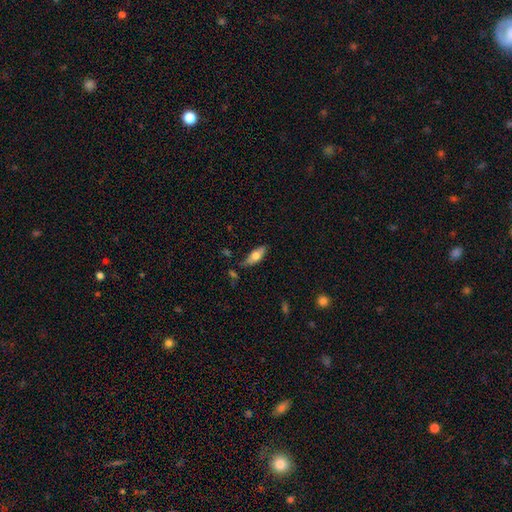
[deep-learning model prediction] This is likely a smooth galaxy (66%). How rounded: likely in between (72%). Merging: likely none (68%).